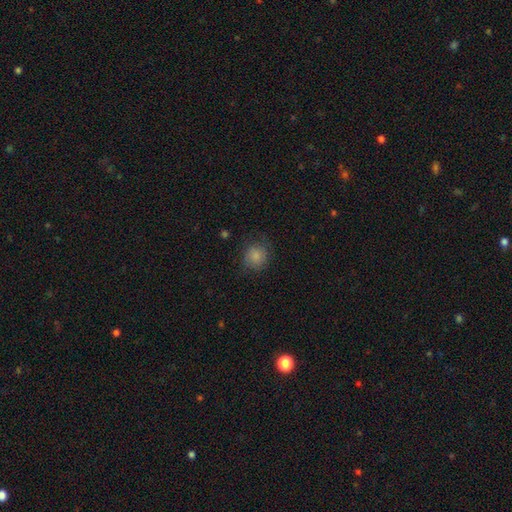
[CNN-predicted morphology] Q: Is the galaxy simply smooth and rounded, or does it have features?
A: smooth — 84%.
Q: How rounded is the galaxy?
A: round — 86%.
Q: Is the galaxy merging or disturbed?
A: none — 77%.